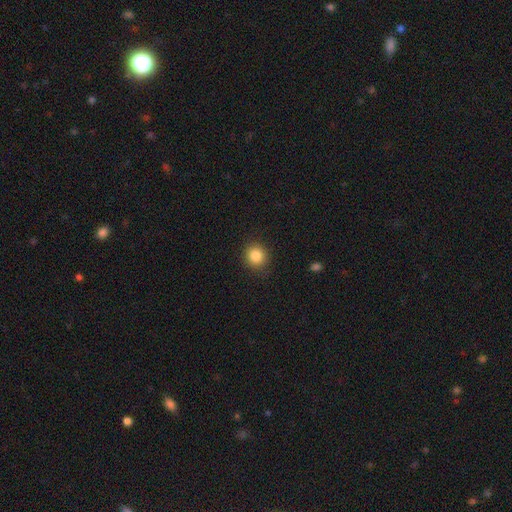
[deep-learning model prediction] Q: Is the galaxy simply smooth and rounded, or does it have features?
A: smooth — 85%.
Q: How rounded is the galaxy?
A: round — 88%.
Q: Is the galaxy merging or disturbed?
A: none — 89%.